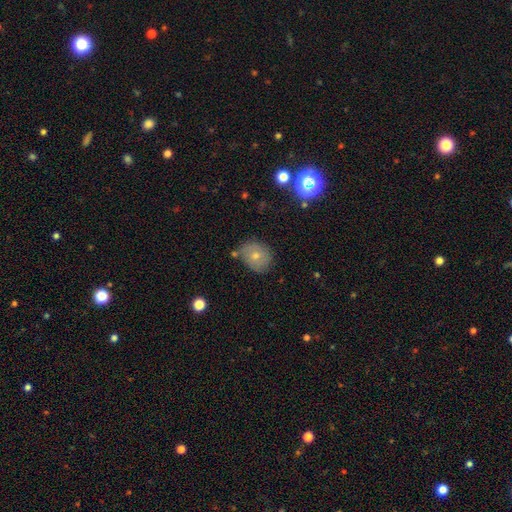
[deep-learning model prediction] Smooth or featured? Predicted: smooth (p=0.69). How rounded? Predicted: round (p=0.63). Merging? Predicted: none (p=0.69).